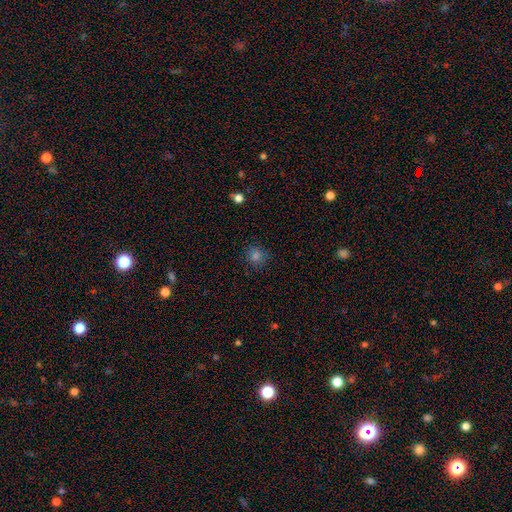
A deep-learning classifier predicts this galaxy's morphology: Smooth or featured: smooth — 74% (star or artifact — 20%)
How rounded: round — 89% (in between — 10%)
Merging: none — 87% (minor disturbance — 9%)